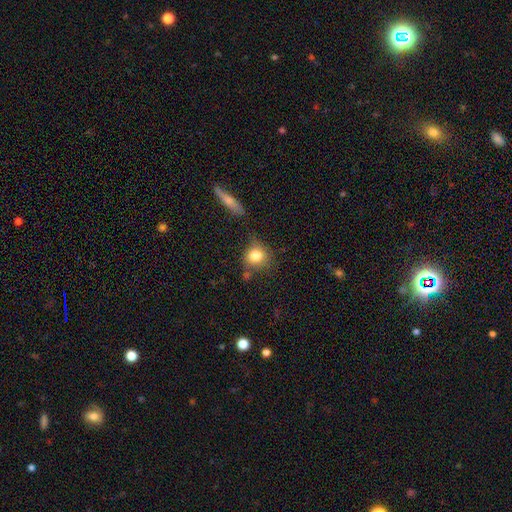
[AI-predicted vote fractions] Q: Smooth or featured?
A: smooth (81%); runner-up: featured or disk (10%)
Q: How rounded?
A: round (74%); runner-up: in between (24%)
Q: Merging?
A: none (64%); runner-up: minor disturbance (21%)